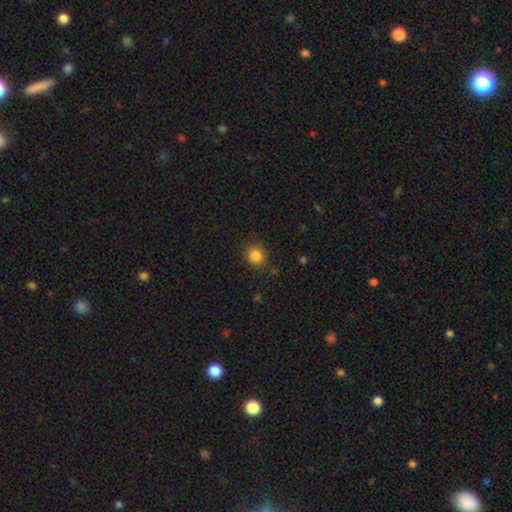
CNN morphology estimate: Smooth or featured?
  - smooth: 84% *
  - star or artifact: 11%
  - featured or disk: 4%
How rounded?
  - round: 84% *
  - in between: 15%
  - cigar-shaped: 1%
Merging?
  - none: 85% *
  - minor disturbance: 11%
  - major disturbance: 3%
  - merger: 2%